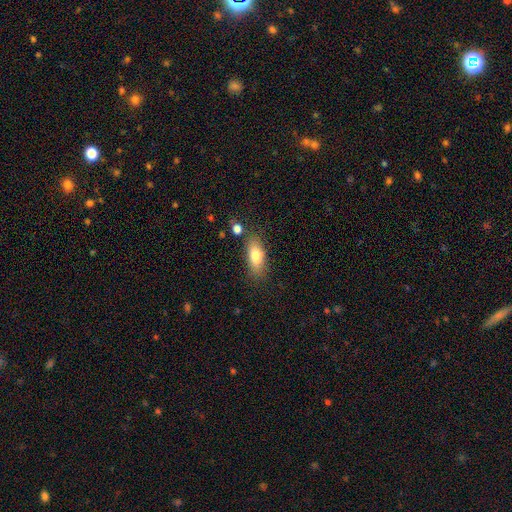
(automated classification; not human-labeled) This is likely a smooth galaxy (79%). How rounded: likely in between (78%). Merging: likely none (76%).